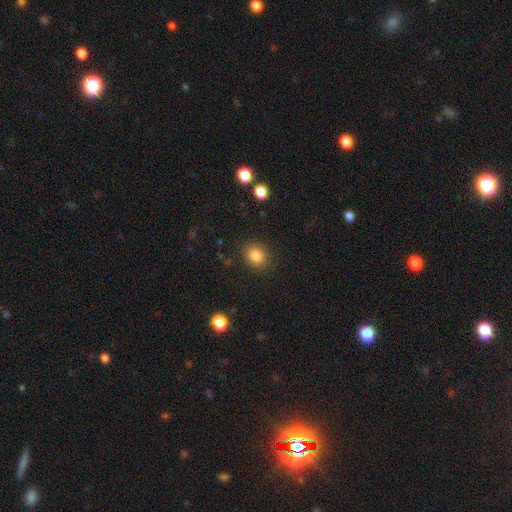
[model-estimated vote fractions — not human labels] A smooth galaxy with no disk features (84%) that is round (60%).

Vote fractions:
- Smooth or featured? smooth: 84% / star or artifact: 11% / featured or disk: 6%
- How rounded? round: 60% / in between: 39% / cigar-shaped: 1%
- Merging? none: 87% / minor disturbance: 9% / major disturbance: 3% / merger: 1%